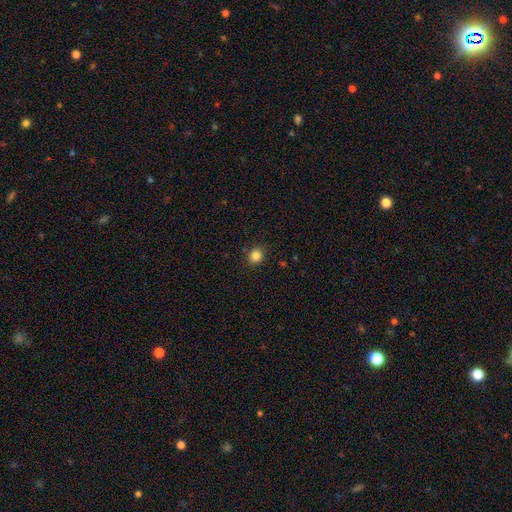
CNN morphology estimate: type=smooth (84%); roundness=round (79%); merging=none (88%).